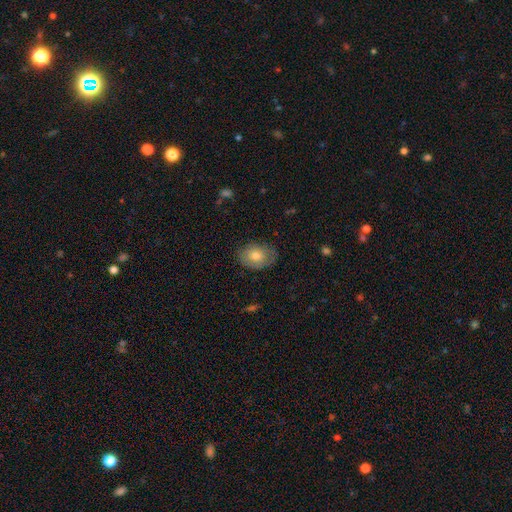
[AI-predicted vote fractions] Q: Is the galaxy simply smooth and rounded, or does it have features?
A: smooth — 73%.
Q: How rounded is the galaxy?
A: in between — 66%.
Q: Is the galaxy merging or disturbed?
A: none — 74%.